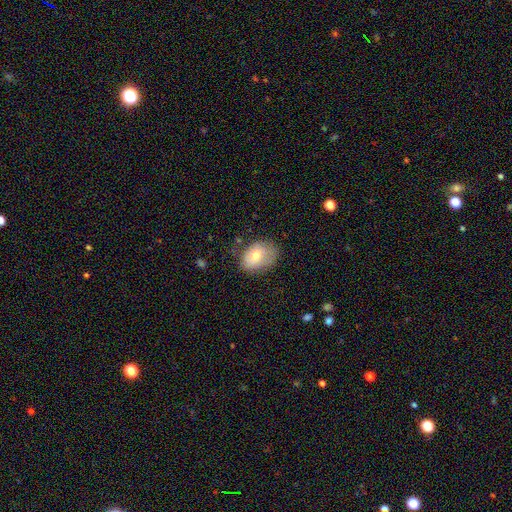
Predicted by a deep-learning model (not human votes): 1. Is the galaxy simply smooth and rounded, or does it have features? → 67% smooth, 25% featured or disk, 8% star or artifact.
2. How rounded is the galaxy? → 75% in between, 24% round, 1% cigar-shaped.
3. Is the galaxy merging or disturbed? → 62% none, 28% minor disturbance, 8% major disturbance, 2% merger.